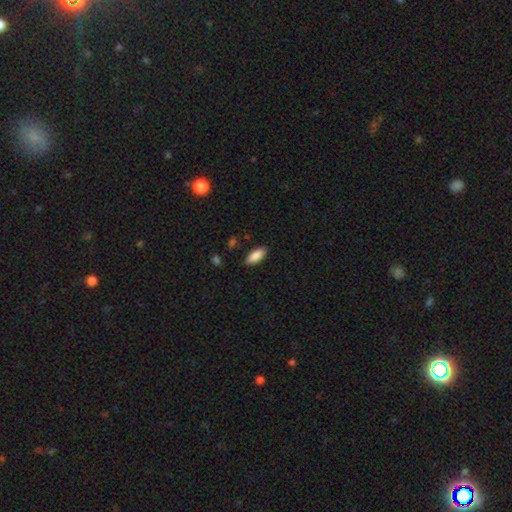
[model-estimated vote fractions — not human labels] This appears to be a smooth galaxy with no disk features (87%) that is in between round and cigar-shaped (80%). Merging: none (86%).